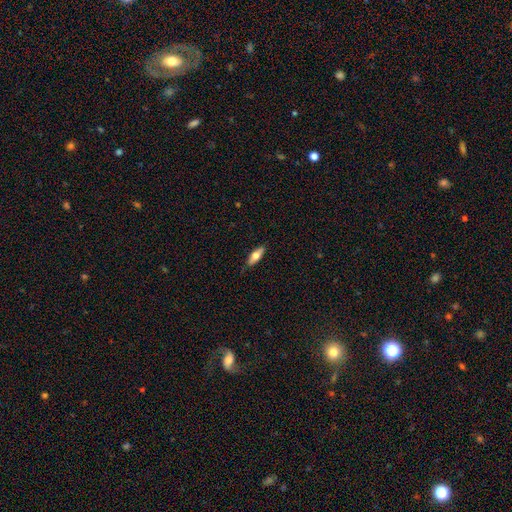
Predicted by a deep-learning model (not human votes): Smooth or featured: smooth — 63% (featured or disk — 31%)
How rounded: in between — 65% (cigar-shaped — 33%)
Merging: none — 79% (minor disturbance — 17%)